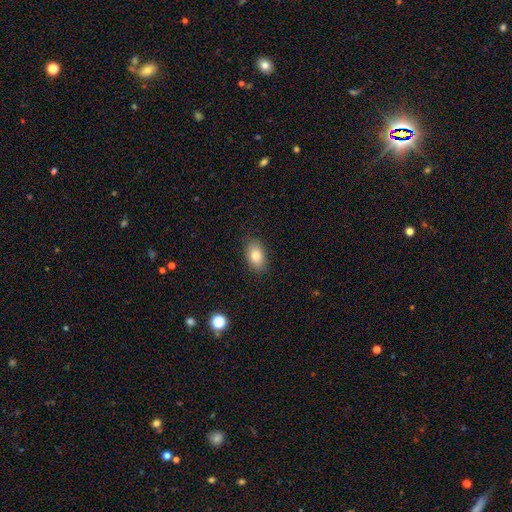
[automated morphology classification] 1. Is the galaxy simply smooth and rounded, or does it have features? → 81% smooth, 10% featured or disk, 8% star or artifact.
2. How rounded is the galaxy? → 90% in between, 9% round, 2% cigar-shaped.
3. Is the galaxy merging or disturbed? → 87% none, 10% minor disturbance, 2% major disturbance, 1% merger.